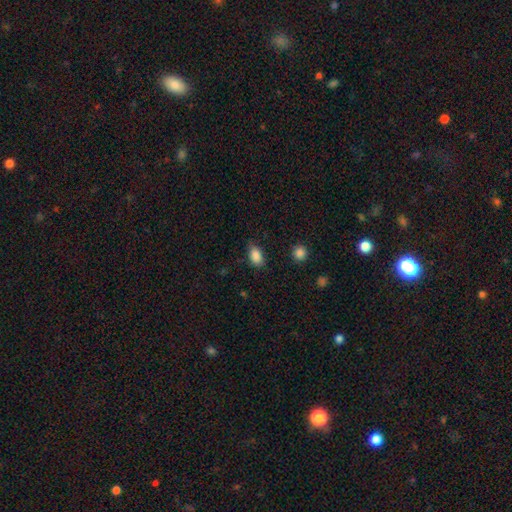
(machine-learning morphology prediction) smooth_or_featured: smooth (p=0.88) [alt: star or artifact p=0.08]
how_rounded: in between (p=0.87) [alt: round p=0.11]
merging: none (p=0.76) [alt: minor disturbance p=0.18]